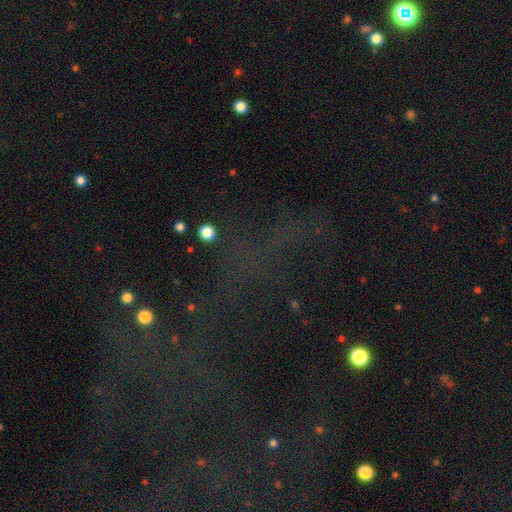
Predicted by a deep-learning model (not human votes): star or artifact 63%, smooth 22%, featured or disk 15%.